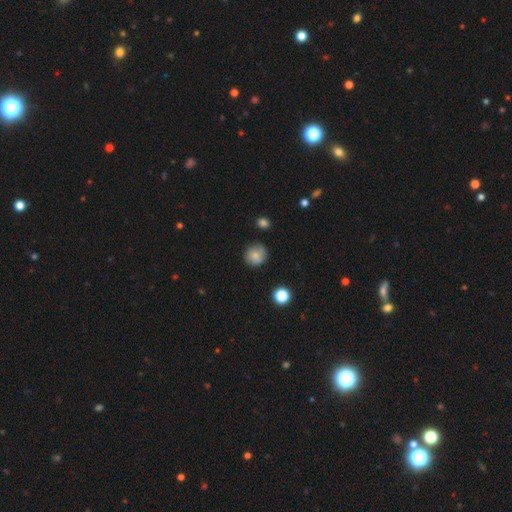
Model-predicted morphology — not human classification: type=smooth (80%); roundness=round (87%); merging=none (82%).